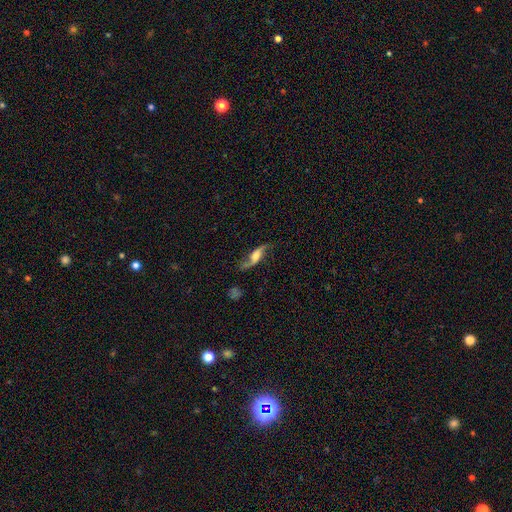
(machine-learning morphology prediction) smooth-or-featured: featured or disk: 80% | smooth: 13% | star or artifact: 7%
  disk-edge-on: no: 83% | yes: 17%
    bar: no: 46% | weak: 37% | strong: 17%
    has-spiral-arms: yes: 95% | no: 5%
      spiral-winding: loose: 85% | medium: 11% | tight: 3%
      spiral-arm-count: 2: 93% | 1: 2% | can't tell: 2% | 3: 1% | 4: 1% | more than 4: 1%
    bulge-size: moderate: 35% | large: 27% | small: 19% | none: 14% | dominant: 5%
  merging: none: 71% | minor disturbance: 17% | major disturbance: 9% | merger: 3%